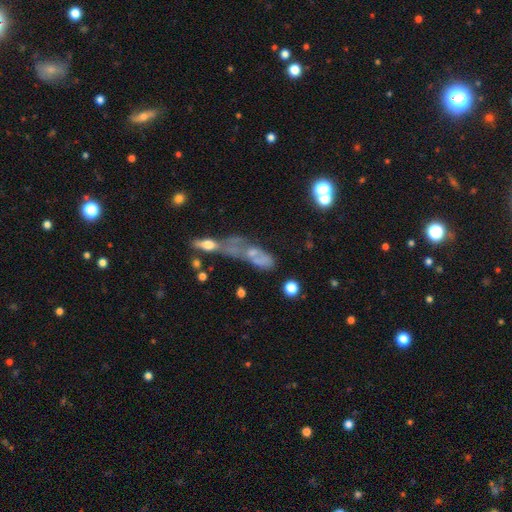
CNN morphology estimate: Smooth or featured? Predicted: featured or disk (p=0.46). Merging? Predicted: merger (p=0.38).